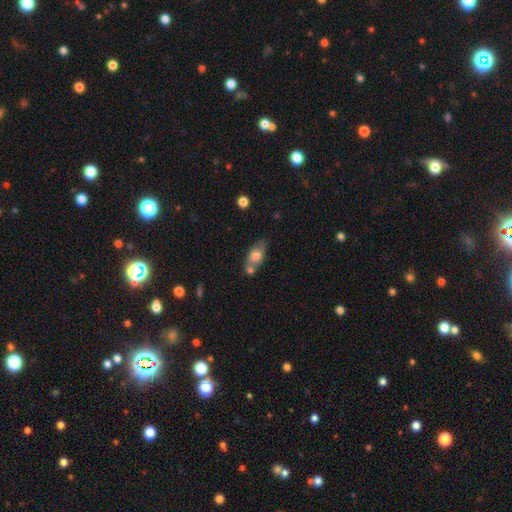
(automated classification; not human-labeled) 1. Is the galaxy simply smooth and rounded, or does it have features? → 63% smooth, 30% featured or disk, 7% star or artifact.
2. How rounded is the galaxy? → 82% in between, 10% cigar-shaped, 8% round.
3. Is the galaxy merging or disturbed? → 52% none, 25% merger, 18% minor disturbance, 5% major disturbance.